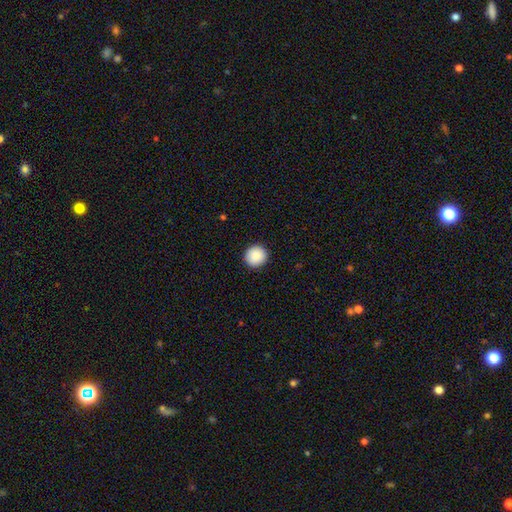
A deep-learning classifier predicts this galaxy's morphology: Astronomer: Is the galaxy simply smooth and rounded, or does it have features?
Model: smooth — 89%.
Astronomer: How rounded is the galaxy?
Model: round — 94%.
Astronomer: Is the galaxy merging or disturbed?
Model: none — 93%.